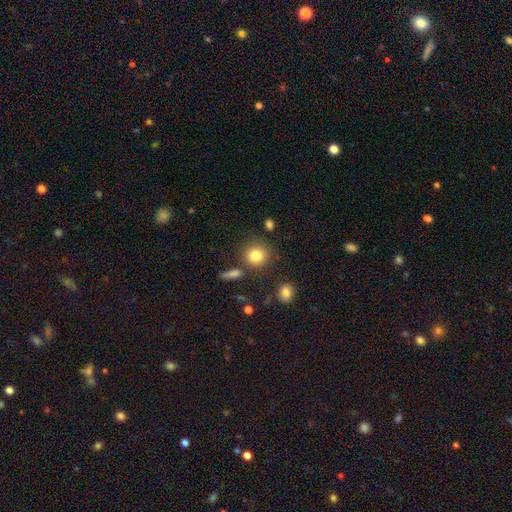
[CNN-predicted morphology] Smooth or featured?
  - smooth: 82% *
  - star or artifact: 10%
  - featured or disk: 7%
How rounded?
  - round: 88% *
  - in between: 11%
  - cigar-shaped: 1%
Merging?
  - none: 79% *
  - minor disturbance: 10%
  - merger: 7%
  - major disturbance: 4%